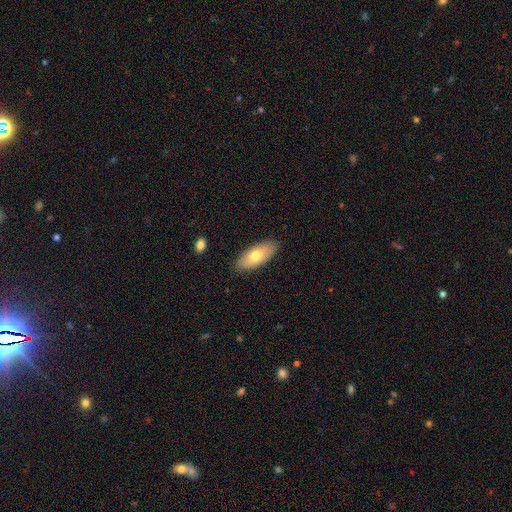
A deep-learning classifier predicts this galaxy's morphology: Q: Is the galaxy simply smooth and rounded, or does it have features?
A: smooth — 70%.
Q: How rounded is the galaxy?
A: in between — 83%.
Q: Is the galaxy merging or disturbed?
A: none — 88%.